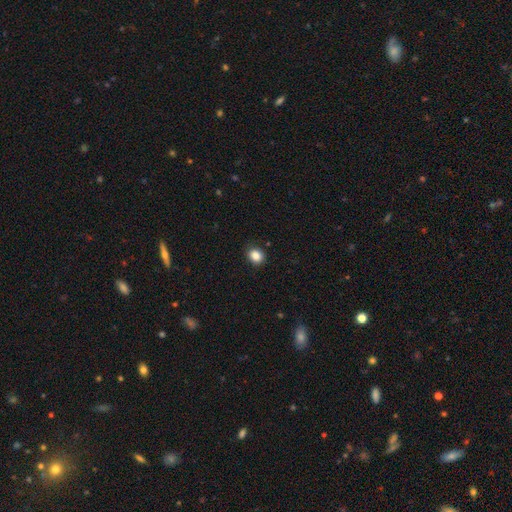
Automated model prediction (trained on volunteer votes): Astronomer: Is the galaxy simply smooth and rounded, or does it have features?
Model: smooth — 87%.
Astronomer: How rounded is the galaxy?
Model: round — 58% (runner-up: in between, 41%).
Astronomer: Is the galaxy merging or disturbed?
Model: none — 86%.